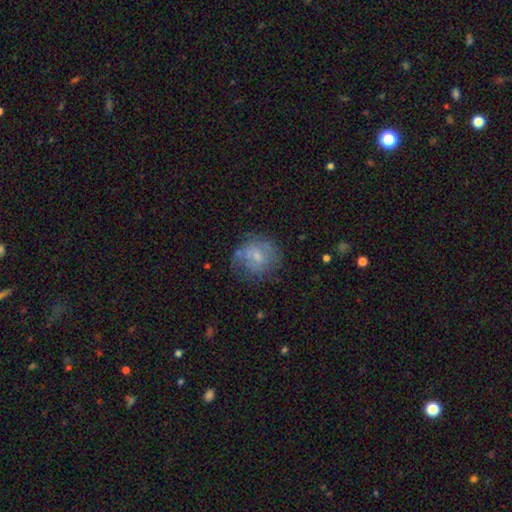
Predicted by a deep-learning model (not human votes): Smooth or featured: smooth — 53% (featured or disk — 38%)
How rounded: round — 78% (in between — 21%)
Merging: none — 53% (minor disturbance — 25%)